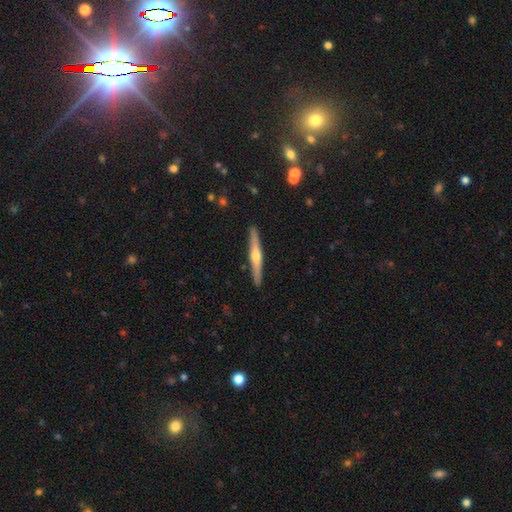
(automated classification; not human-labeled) Smooth or featured?
  - featured or disk: 68% *
  - smooth: 27%
  - star or artifact: 6%
Edge-on disk?
  - yes: 97% *
  - no: 3%
Edge-on bulge?
  - rounded: 89% *
  - none: 8%
  - boxy: 3%
Merging?
  - none: 91% *
  - minor disturbance: 6%
  - major disturbance: 1%
  - merger: 1%